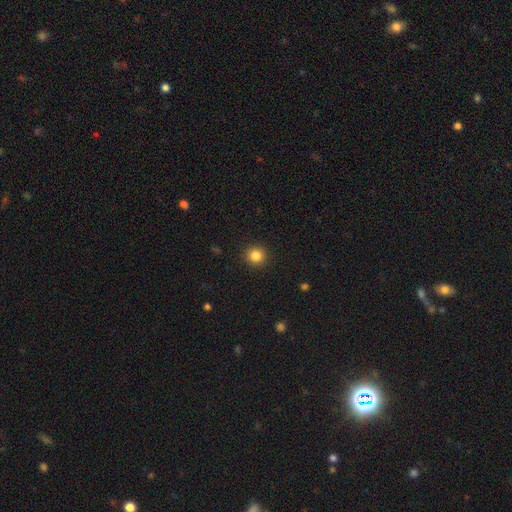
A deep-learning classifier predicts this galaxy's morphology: smooth 85%, star or artifact 11%, featured or disk 4%. Down the decision tree: how rounded — round (94%); merging — none (92%).